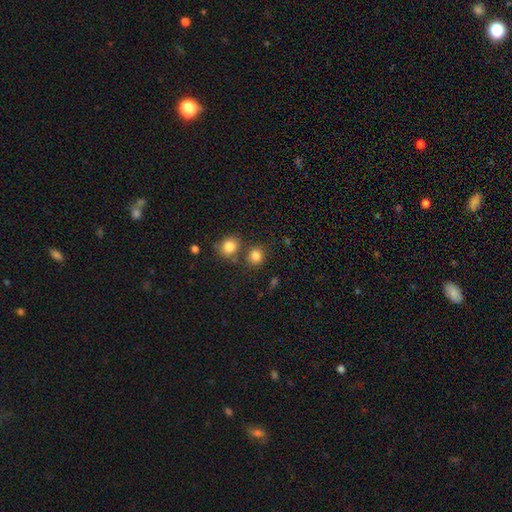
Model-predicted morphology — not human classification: Smooth or featured? smooth (83%)
How rounded? round (76%)
Merging? none (69%)